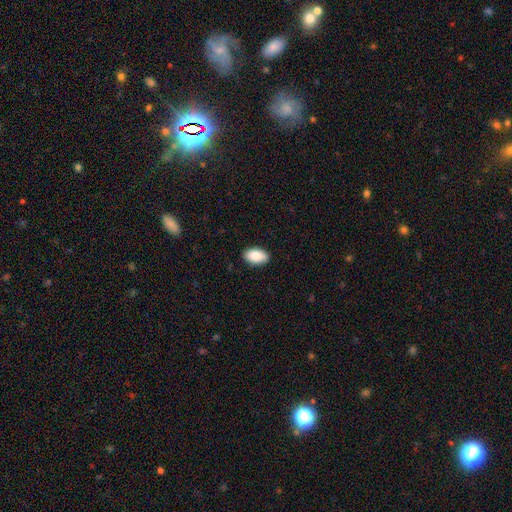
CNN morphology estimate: Overall: smooth (87%). How rounded: in between (94%). Merging: none (87%).